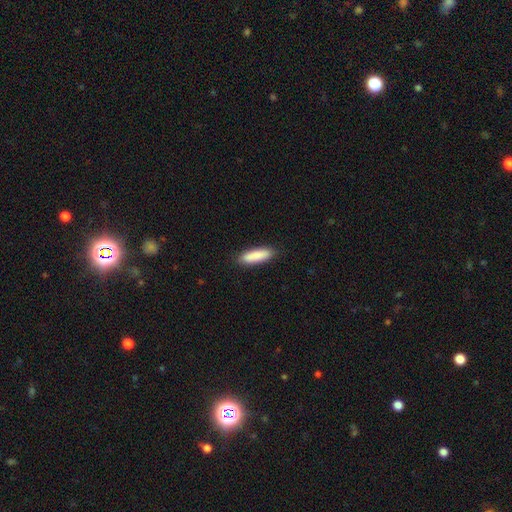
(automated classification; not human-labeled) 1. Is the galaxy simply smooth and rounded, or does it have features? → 88% smooth, 7% featured or disk, 6% star or artifact.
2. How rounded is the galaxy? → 63% cigar-shaped, 36% in between, 1% round.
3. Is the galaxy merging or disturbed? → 88% none, 9% minor disturbance, 2% major disturbance, 1% merger.